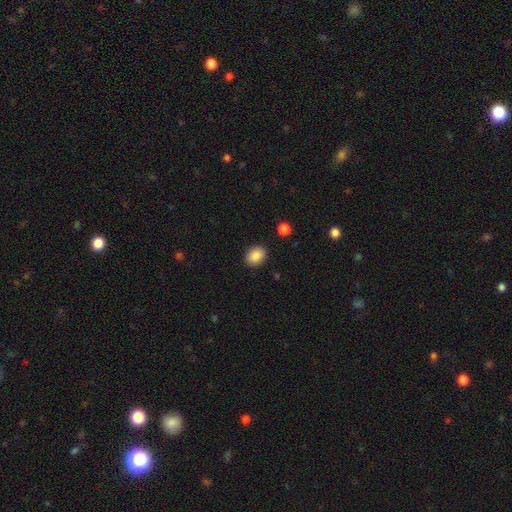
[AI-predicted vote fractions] Morphology: type=smooth (87%); roundness=in between (51%); merging=none (90%).